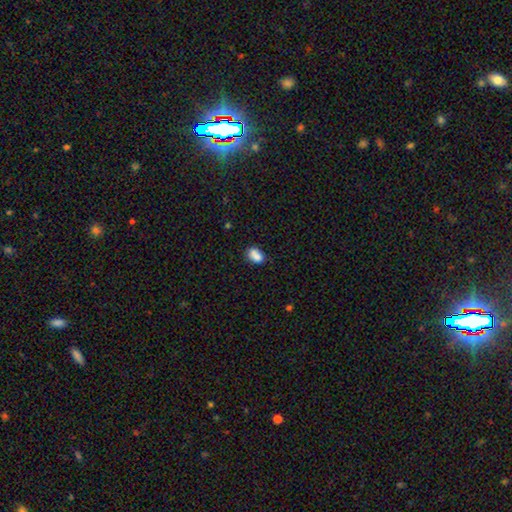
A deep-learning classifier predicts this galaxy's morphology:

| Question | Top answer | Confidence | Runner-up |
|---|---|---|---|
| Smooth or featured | smooth | 80% | featured or disk (10%) |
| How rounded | in between | 75% | round (23%) |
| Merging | none | 47% | merger (26%) |